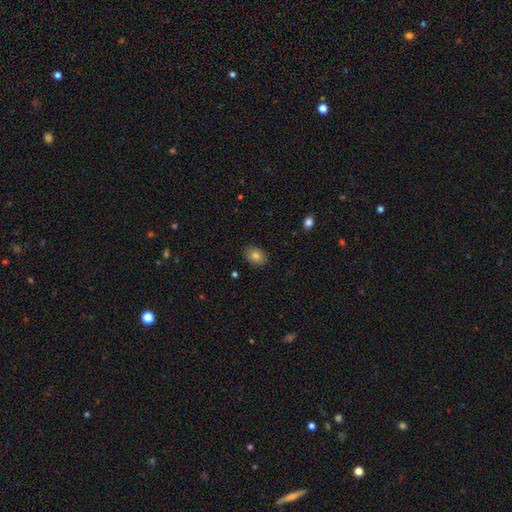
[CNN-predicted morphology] type=smooth (80%); roundness=in between (73%); merging=none (87%).